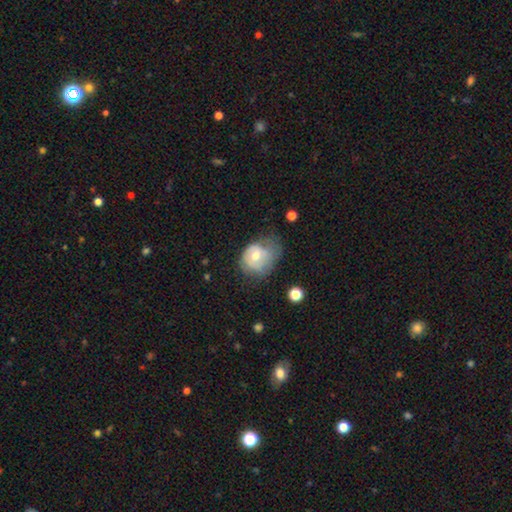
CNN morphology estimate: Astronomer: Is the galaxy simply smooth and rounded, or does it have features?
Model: smooth — 55% (runner-up: featured or disk, 37%).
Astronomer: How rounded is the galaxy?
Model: round — 57% (runner-up: in between, 42%).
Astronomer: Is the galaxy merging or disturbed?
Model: major disturbance — 36% (runner-up: minor disturbance, 34%).